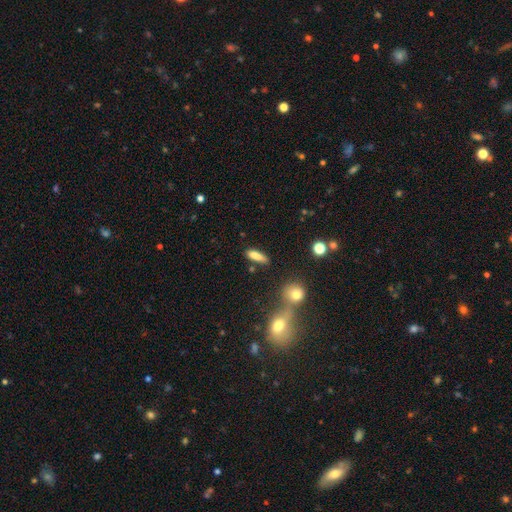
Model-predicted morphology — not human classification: A smooth galaxy with no disk features (78%) that is cigar-shaped (54%). Merging: none (67%).